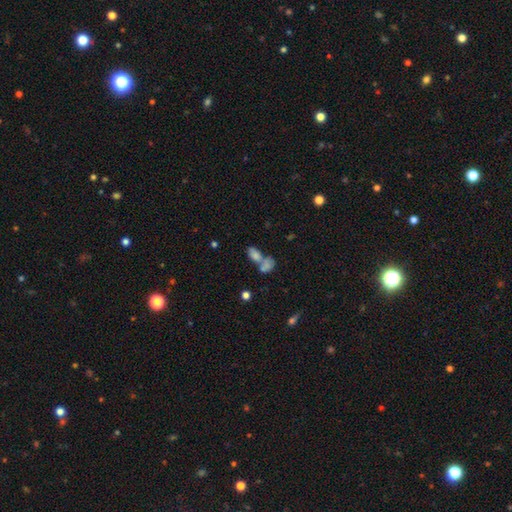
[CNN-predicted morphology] Smooth or featured? Predicted: smooth (p=0.68). How rounded? Predicted: in between (p=0.82). Merging? Predicted: merger (p=0.57).